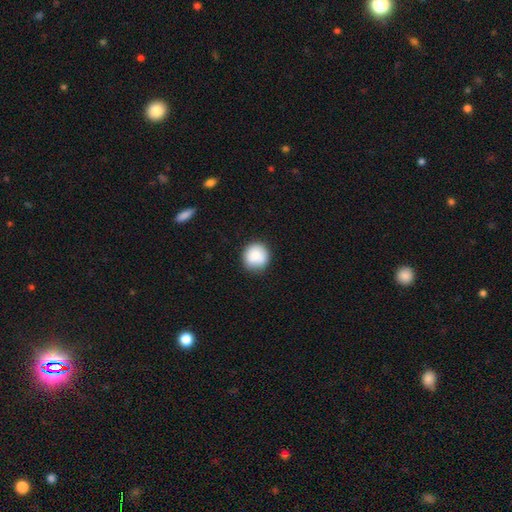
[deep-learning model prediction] Q: Smooth or featured?
A: smooth (85%); runner-up: star or artifact (8%)
Q: How rounded?
A: round (93%); runner-up: in between (6%)
Q: Merging?
A: none (83%); runner-up: minor disturbance (12%)